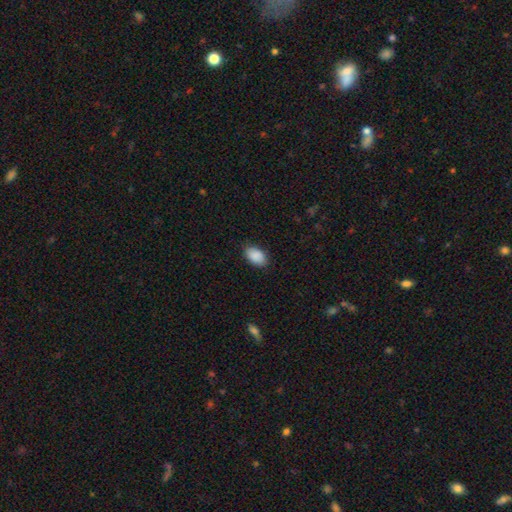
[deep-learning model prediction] Smooth or featured? Predicted: smooth (p=0.90). How rounded? Predicted: in between (p=0.92). Merging? Predicted: none (p=0.85).